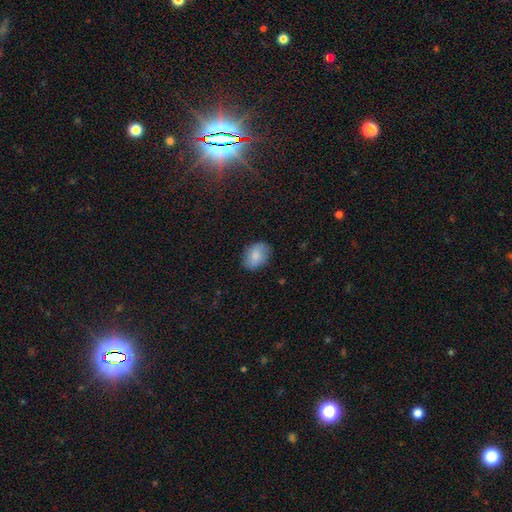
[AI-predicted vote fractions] Morphology: type=smooth (82%); roundness=in between (77%); merging=none (83%).